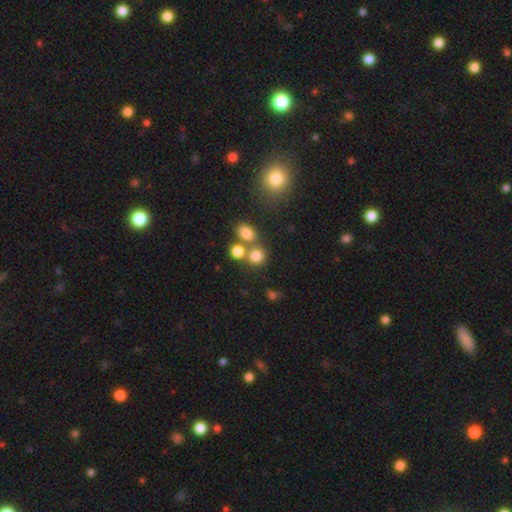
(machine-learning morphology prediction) type=smooth (76%); roundness=round (80%); merging=none (56%).